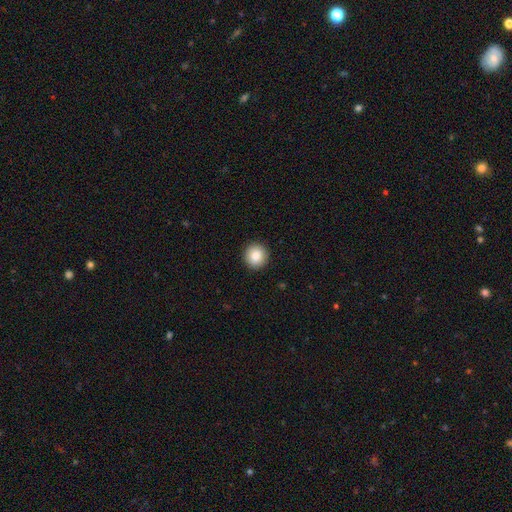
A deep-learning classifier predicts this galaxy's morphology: smooth 86%, star or artifact 8%, featured or disk 6%. Down the decision tree: how rounded — round (94%); merging — none (93%).